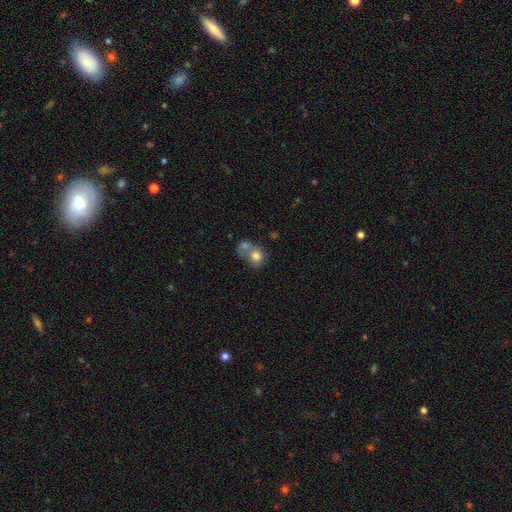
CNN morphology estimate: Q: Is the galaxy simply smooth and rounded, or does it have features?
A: smooth — 77%.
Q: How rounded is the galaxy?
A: round — 72%.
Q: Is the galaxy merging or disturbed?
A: merger — 59%.